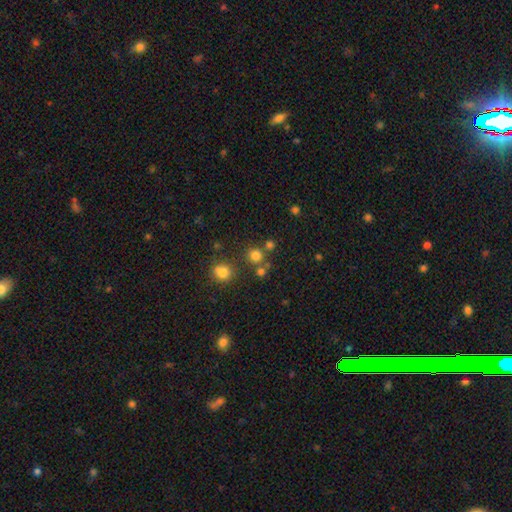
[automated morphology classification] The model was most divided on "merging": none: 72%, merger: 16%, minor disturbance: 8%, major disturbance: 4%. More confident: how rounded — round (89%); smooth or featured — smooth (75%).